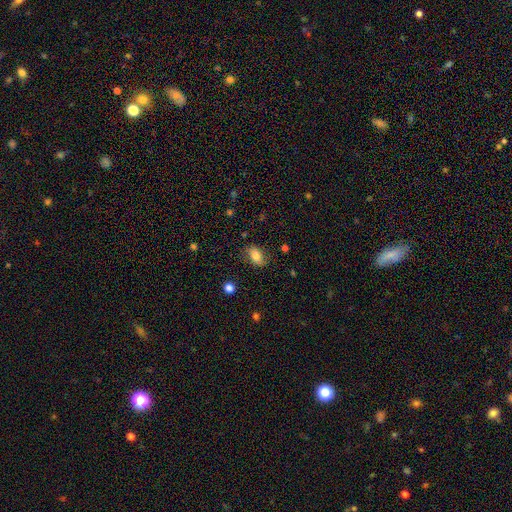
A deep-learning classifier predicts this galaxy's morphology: Smooth or featured? Predicted: smooth (p=0.78). How rounded? Predicted: in between (p=0.86). Merging? Predicted: none (p=0.77).